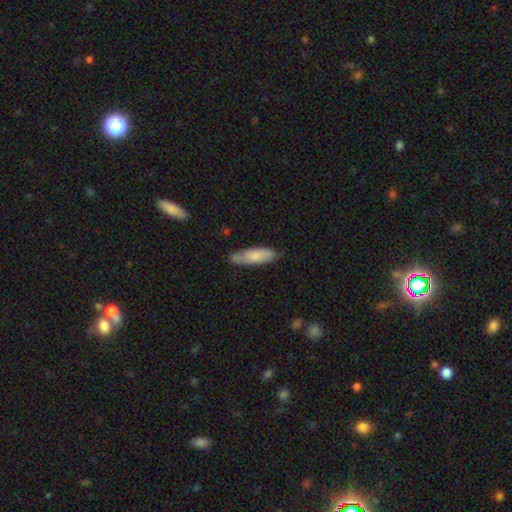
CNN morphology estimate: Smooth or featured? smooth (77%)
How rounded? cigar-shaped (57%)
Merging? none (72%)